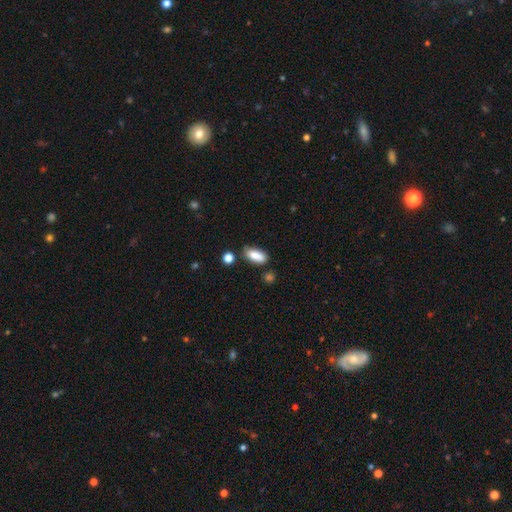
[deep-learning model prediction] Overall: smooth (83%). How rounded: in between (82%). Merging: none (69%).